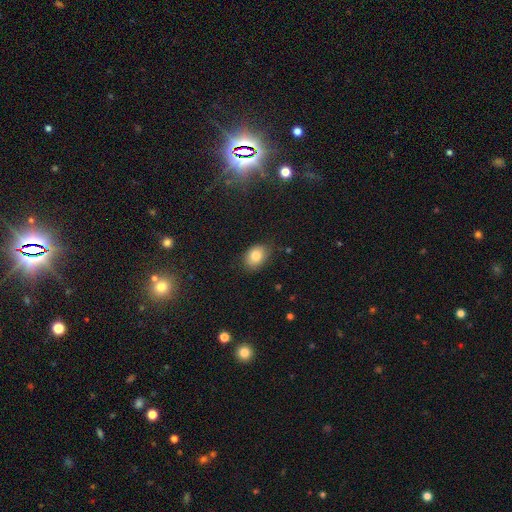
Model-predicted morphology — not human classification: This appears to be a smooth galaxy with no disk features (81%) that is in between round and cigar-shaped (70%). Merging: none (78%).